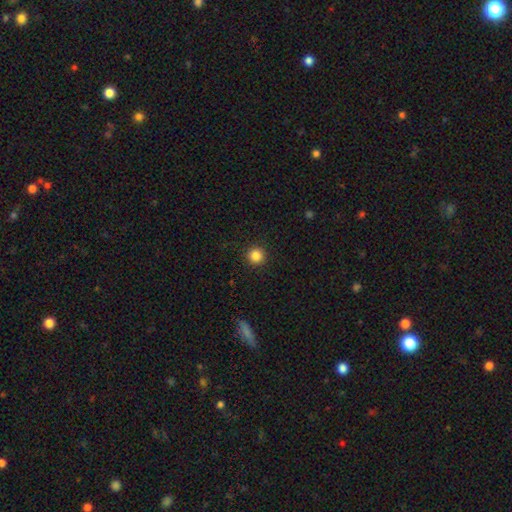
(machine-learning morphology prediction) This appears to be a smooth galaxy with no disk features (85%) that is round (95%). Merging: none (92%).